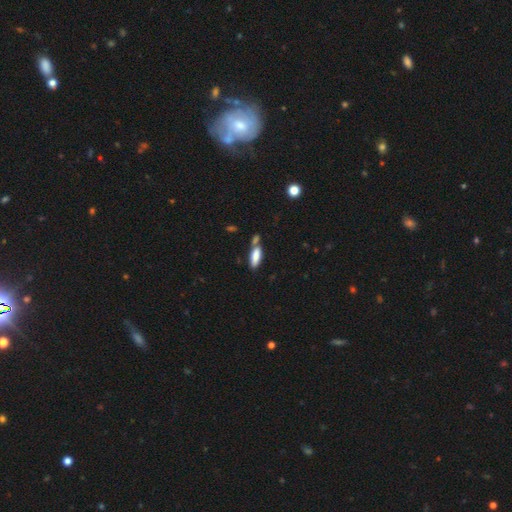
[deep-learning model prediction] This is clearly a smooth galaxy (81%). How rounded: possibly in between (58%). Merging: possibly none (56%).